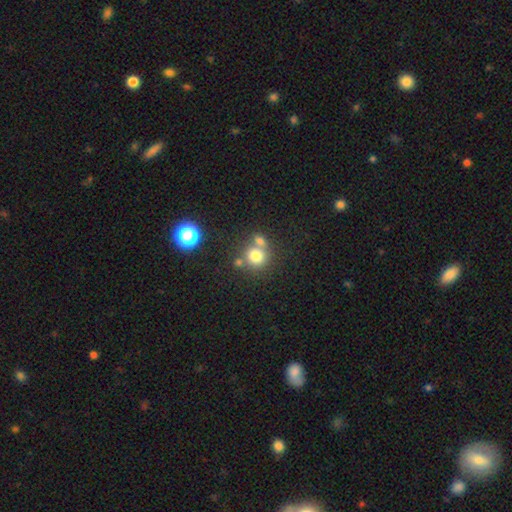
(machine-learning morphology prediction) smooth-or-featured: smooth: 76% | star or artifact: 15% | featured or disk: 10%
  how-rounded: round: 86% | in between: 13% | cigar-shaped: 1%
  merging: none: 53% | merger: 34% | minor disturbance: 9% | major disturbance: 4%